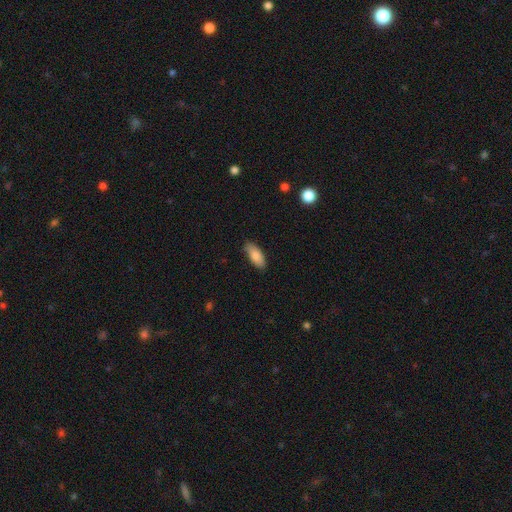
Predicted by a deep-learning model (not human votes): Smooth or featured? smooth (86%)
How rounded? in between (82%)
Merging? none (79%)